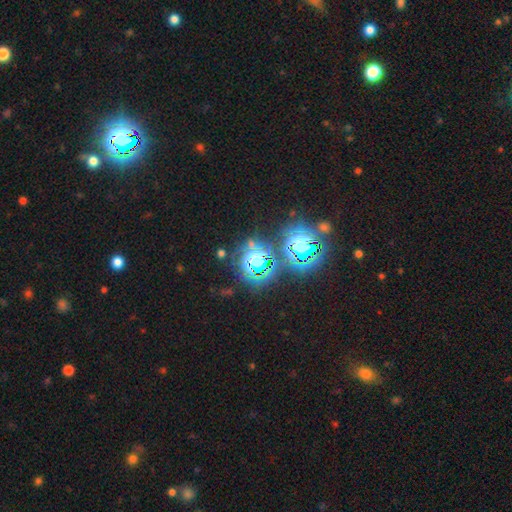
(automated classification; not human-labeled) Overall: star or artifact (79%).